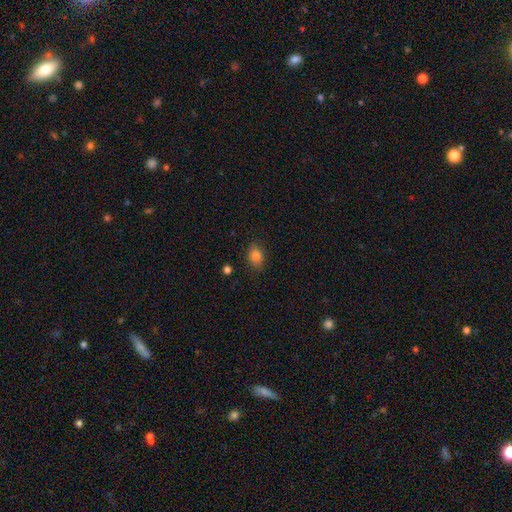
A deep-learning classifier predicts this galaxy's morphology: This appears to be a smooth galaxy with no disk features (84%) that is in between round and cigar-shaped (72%). Merging: none (81%).